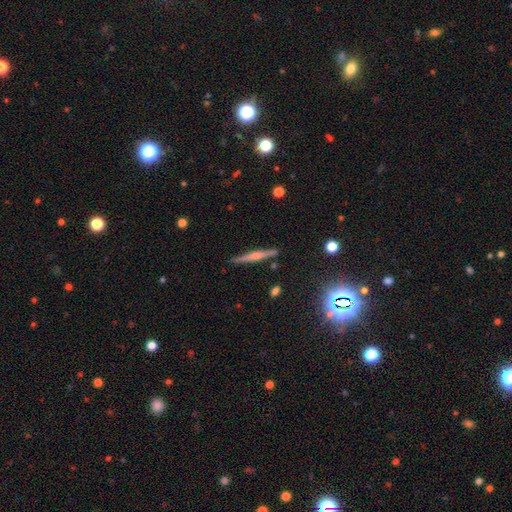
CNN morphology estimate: smooth-or-featured: featured or disk: 62% | smooth: 29% | star or artifact: 9%
  disk-edge-on: yes: 98% | no: 2%
    edge-on-bulge: rounded: 55% | none: 23% | boxy: 22%
  merging: none: 88% | minor disturbance: 8% | merger: 2% | major disturbance: 2%